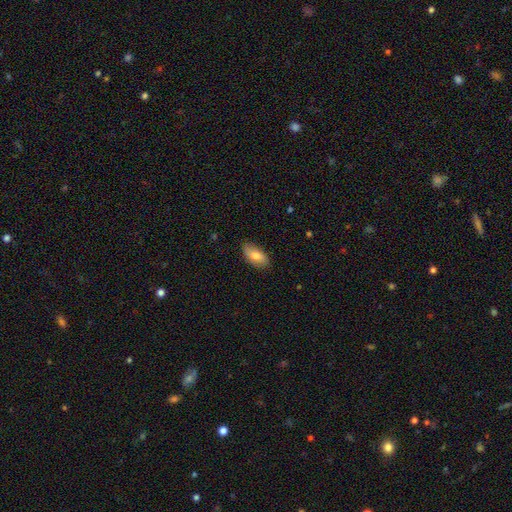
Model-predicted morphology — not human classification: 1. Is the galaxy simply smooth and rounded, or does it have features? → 79% smooth, 15% featured or disk, 6% star or artifact.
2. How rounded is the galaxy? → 91% in between, 6% cigar-shaped, 3% round.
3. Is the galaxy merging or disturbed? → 81% none, 15% minor disturbance, 3% major disturbance, 1% merger.